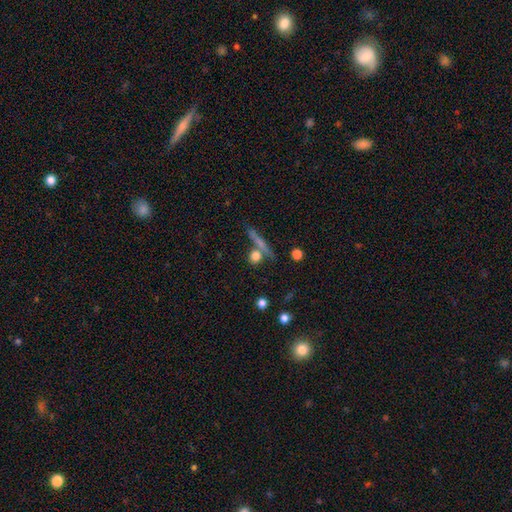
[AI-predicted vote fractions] smooth-or-featured: smooth: 73% | featured or disk: 15% | star or artifact: 12%
  how-rounded: round: 72% | cigar-shaped: 17% | in between: 12%
  merging: none: 66% | merger: 19% | minor disturbance: 10% | major disturbance: 5%